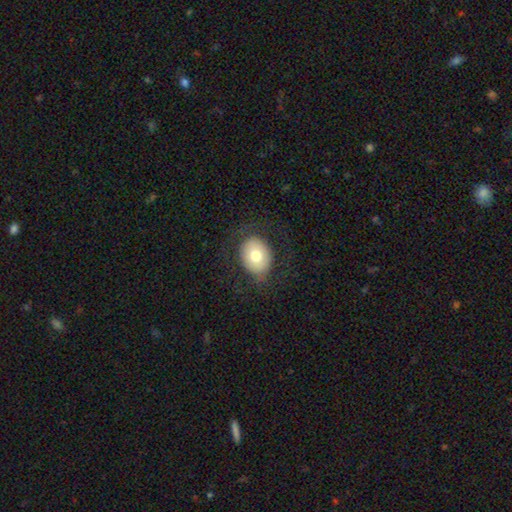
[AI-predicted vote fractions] The model was most divided on "how rounded": round: 56%, in between: 43%, cigar-shaped: 1%. More confident: merging — none (73%); smooth or featured — smooth (70%).